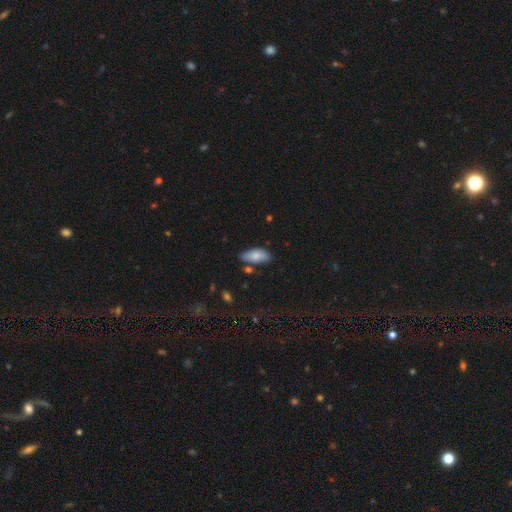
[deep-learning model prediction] Smooth or featured? Predicted: smooth (p=0.78). How rounded? Predicted: in between (p=0.89). Merging? Predicted: none (p=0.71).